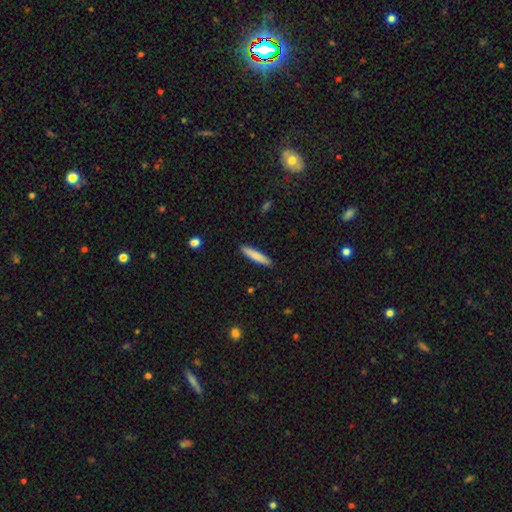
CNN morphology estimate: Q: Smooth or featured?
A: smooth (82%); runner-up: featured or disk (13%)
Q: How rounded?
A: cigar-shaped (90%); runner-up: in between (9%)
Q: Merging?
A: none (91%); runner-up: minor disturbance (7%)